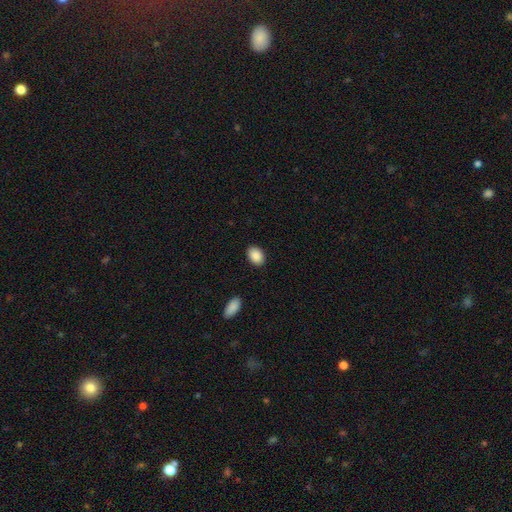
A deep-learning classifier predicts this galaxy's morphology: Smooth or featured? Predicted: smooth (p=0.89). How rounded? Predicted: in between (p=0.77). Merging? Predicted: none (p=0.89).